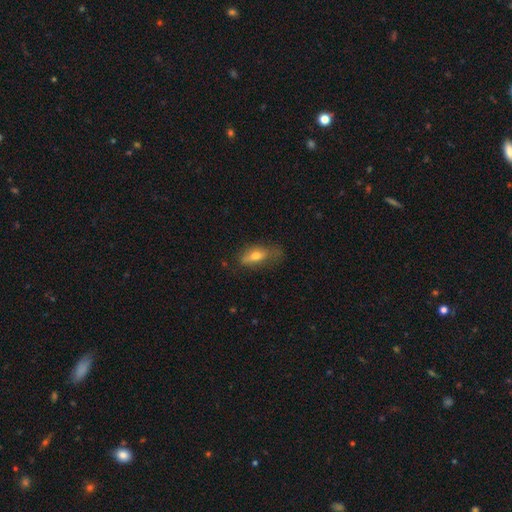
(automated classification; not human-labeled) The model was most divided on "merging": none: 52%, minor disturbance: 31%, major disturbance: 15%, merger: 2%. More confident: how rounded — in between (73%); smooth or featured — smooth (64%).